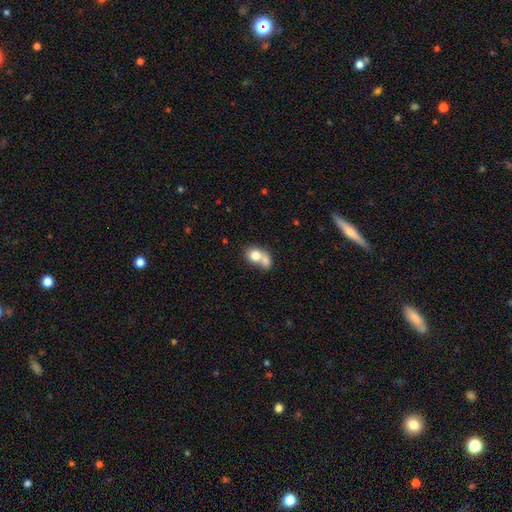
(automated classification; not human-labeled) smooth 73%, featured or disk 19%, star or artifact 9%. Down the decision tree: how rounded — round (52%); merging — merger (66%).